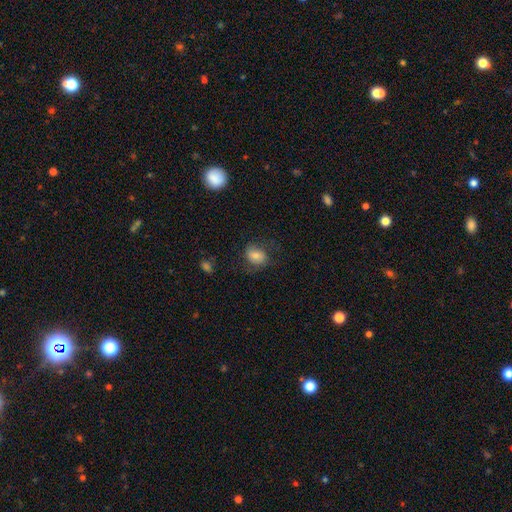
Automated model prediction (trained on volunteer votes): Q: Smooth or featured?
A: smooth (70%); runner-up: featured or disk (20%)
Q: How rounded?
A: in between (58%); runner-up: round (41%)
Q: Merging?
A: none (65%); runner-up: minor disturbance (20%)